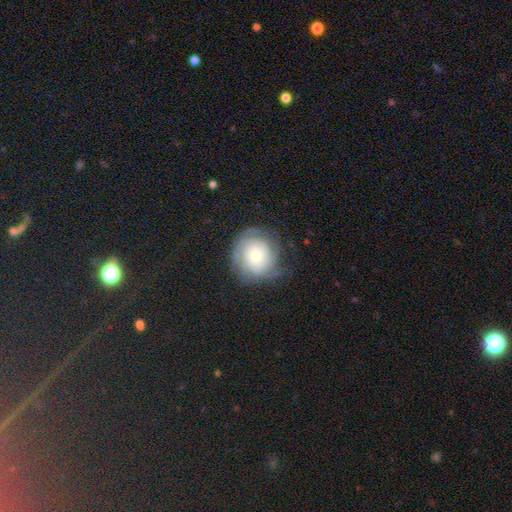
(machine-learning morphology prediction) Q: Smooth or featured?
A: featured or disk (48%); runner-up: smooth (44%)
Q: Merging?
A: none (65%); runner-up: minor disturbance (22%)